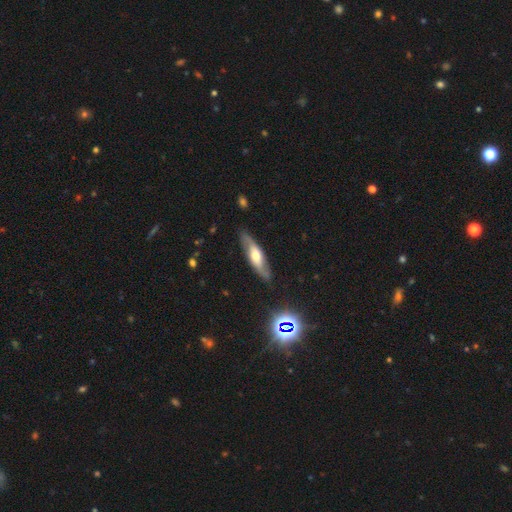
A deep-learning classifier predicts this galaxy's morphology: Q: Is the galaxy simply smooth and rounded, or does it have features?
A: featured or disk — 57%.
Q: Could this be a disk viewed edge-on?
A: no — 51%.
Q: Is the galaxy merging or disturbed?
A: none — 83%.